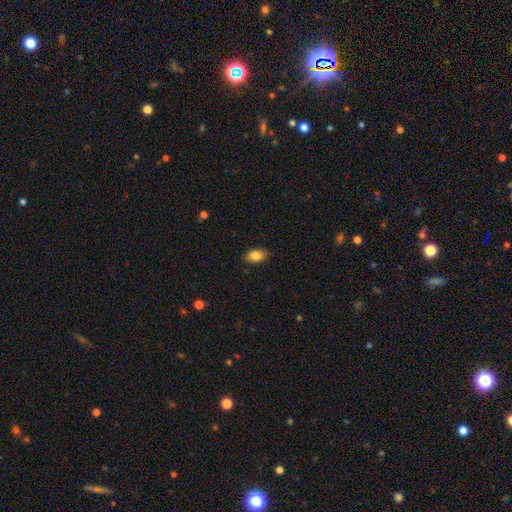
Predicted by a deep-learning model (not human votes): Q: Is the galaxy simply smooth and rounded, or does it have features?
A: smooth — 84%.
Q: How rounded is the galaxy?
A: in between — 88%.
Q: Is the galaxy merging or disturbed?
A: none — 86%.